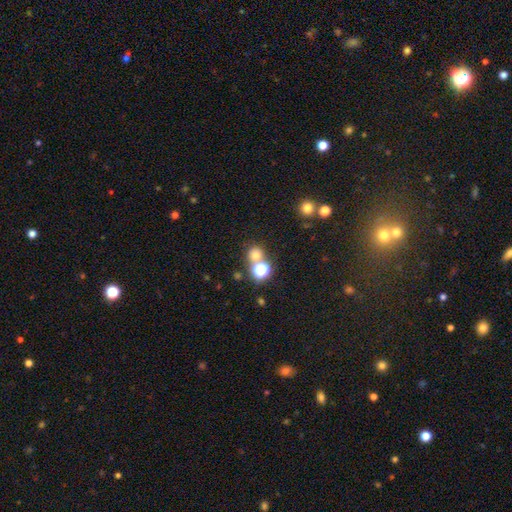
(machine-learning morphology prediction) The model was most divided on "merging": none: 63%, merger: 26%, minor disturbance: 7%, major disturbance: 3%. More confident: how rounded — round (86%); smooth or featured — smooth (68%).